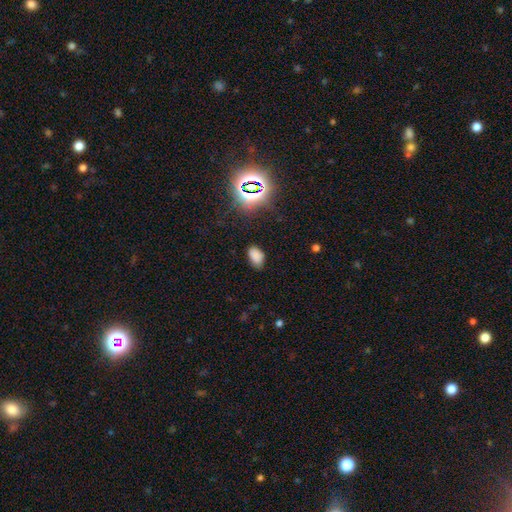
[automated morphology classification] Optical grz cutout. It shows a smooth galaxy with no disk features (75%) that is in between round and cigar-shaped (90%). Merging: none (76%).